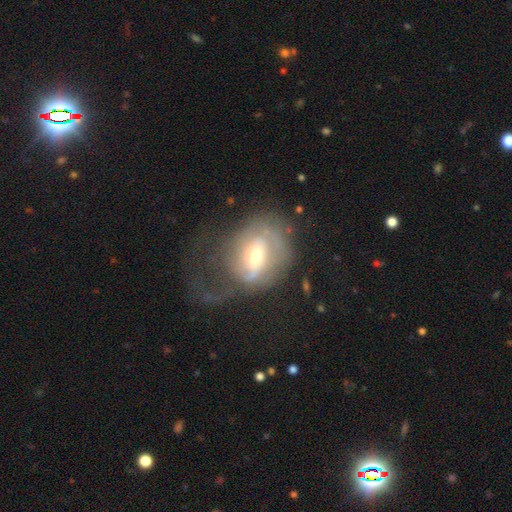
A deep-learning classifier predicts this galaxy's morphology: type=featured or disk (67%); edge-on=no (95%); bar=weak (43%); spiral arms=yes (69%); bulge=moderate (59%); merging=major disturbance (48%).